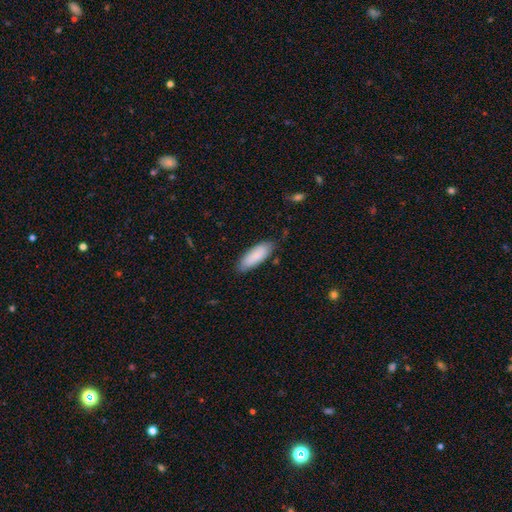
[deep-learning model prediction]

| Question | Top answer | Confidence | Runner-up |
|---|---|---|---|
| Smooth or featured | smooth | 87% | featured or disk (8%) |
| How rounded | in between | 69% | cigar-shaped (30%) |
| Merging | none | 81% | minor disturbance (15%) |